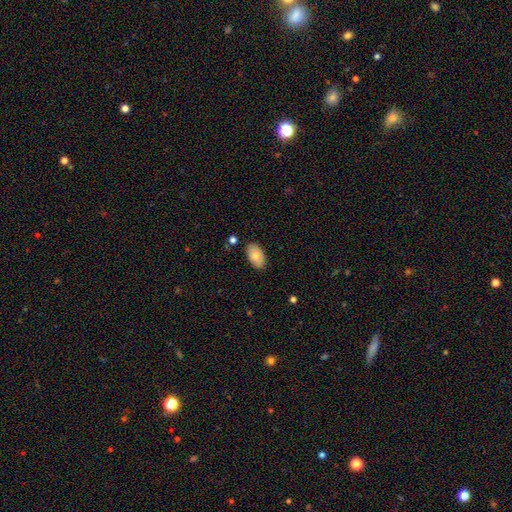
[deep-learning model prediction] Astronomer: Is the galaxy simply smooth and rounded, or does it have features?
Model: smooth — 77%.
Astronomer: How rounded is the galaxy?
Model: in between — 94%.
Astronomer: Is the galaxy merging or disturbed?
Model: none — 84%.